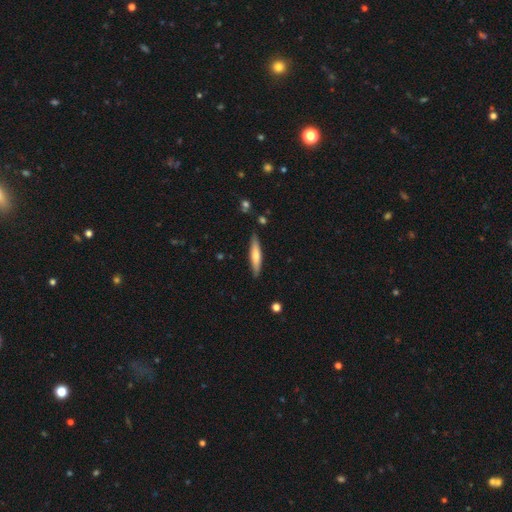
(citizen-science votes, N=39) Smooth or featured? smooth (67%)
How rounded? cigar-shaped (92%)
Merging? none (92%)